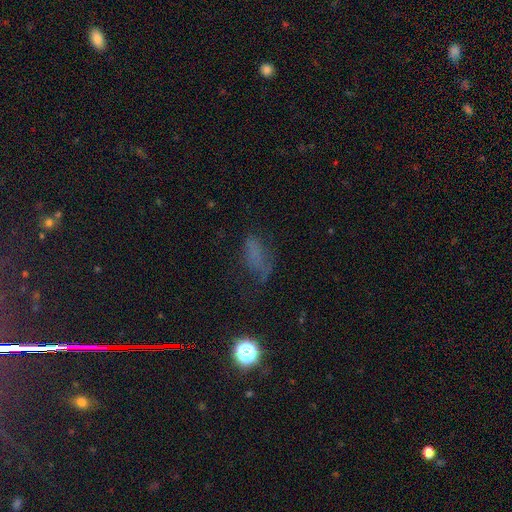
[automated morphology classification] Smooth or featured? Predicted: smooth (p=0.47). Merging? Predicted: none (p=0.43).